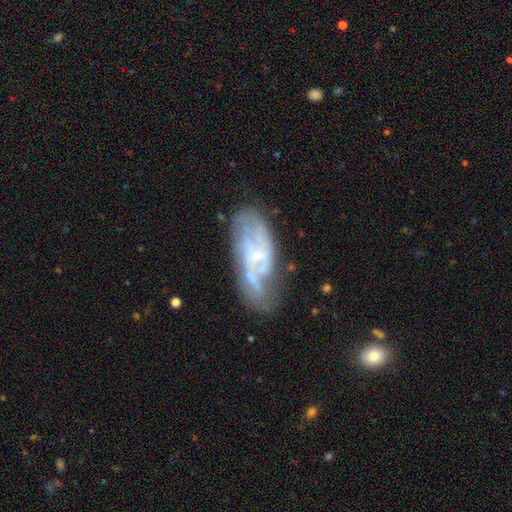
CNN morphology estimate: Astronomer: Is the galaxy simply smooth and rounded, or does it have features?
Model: featured or disk — 74%.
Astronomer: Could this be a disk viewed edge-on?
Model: no — 91%.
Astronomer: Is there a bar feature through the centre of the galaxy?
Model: no — 50% (runner-up: weak, 40%).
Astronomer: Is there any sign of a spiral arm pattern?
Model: yes — 78%.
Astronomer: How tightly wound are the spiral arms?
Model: medium — 42% (runner-up: tight, 32%).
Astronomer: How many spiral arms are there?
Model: can't tell — 41% (runner-up: 2, 34%).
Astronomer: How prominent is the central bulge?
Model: small — 68%.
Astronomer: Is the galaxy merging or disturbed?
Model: none — 57%.